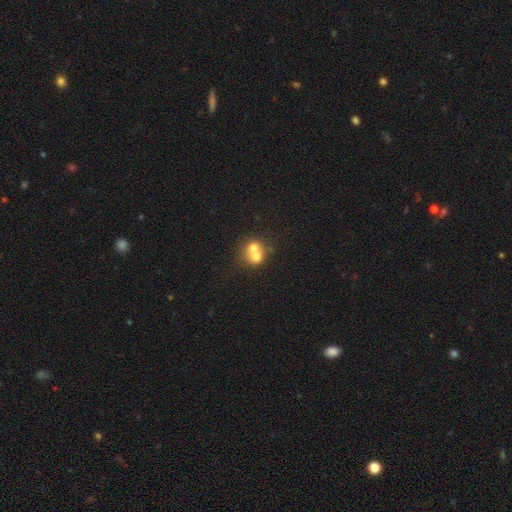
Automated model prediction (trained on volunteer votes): Smooth or featured?
  - smooth: 64% *
  - featured or disk: 26%
  - star or artifact: 10%
How rounded?
  - round: 75% *
  - in between: 24%
  - cigar-shaped: 1%
Merging?
  - merger: 69% *
  - none: 23%
  - minor disturbance: 5%
  - major disturbance: 3%